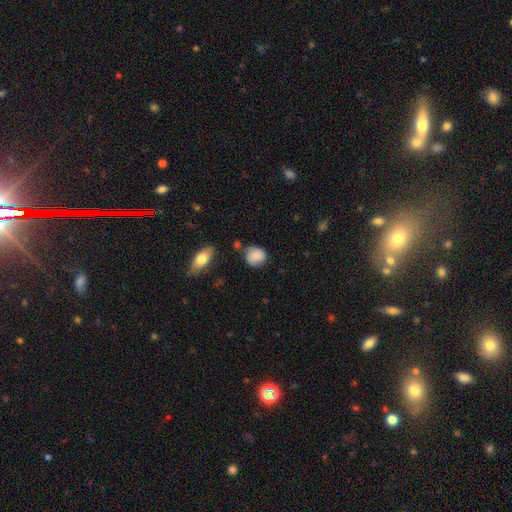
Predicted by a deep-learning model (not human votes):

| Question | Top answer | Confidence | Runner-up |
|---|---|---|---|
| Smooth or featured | smooth | 84% | featured or disk (9%) |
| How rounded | round | 70% | in between (28%) |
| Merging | none | 62% | minor disturbance (26%) |